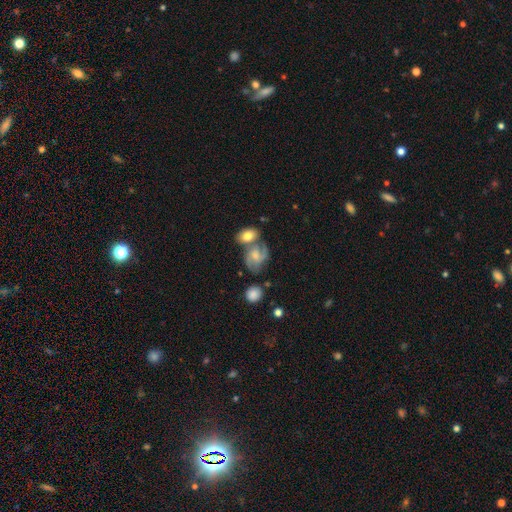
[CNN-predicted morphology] type=featured or disk (65%); edge-on=no (97%); bar=no (58%); spiral arms=yes (90%); winding=medium (51%); arm count=2 (54%); bulge=moderate (43%); merging=none (40%).